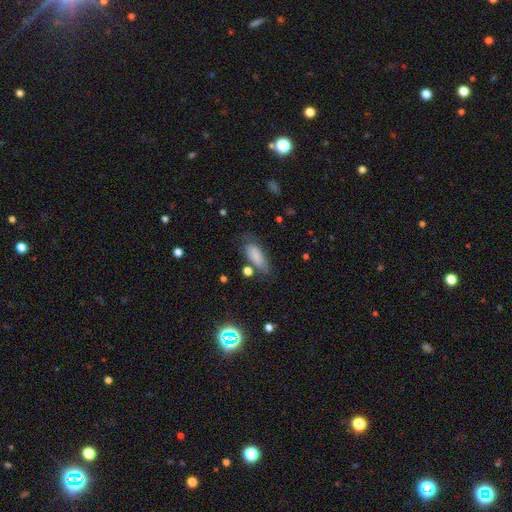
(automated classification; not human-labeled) Overall: smooth (81%). How rounded: in between (72%). Merging: none (57%; minor disturbance 26%).